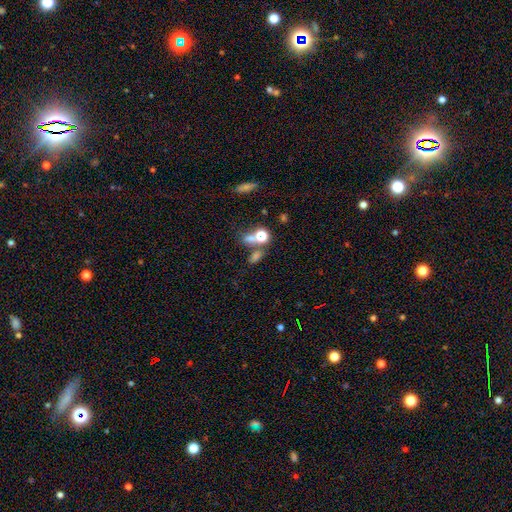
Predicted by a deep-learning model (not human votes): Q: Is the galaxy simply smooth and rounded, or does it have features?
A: smooth — 62%.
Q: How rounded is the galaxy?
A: in between — 56%.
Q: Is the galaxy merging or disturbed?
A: none — 44%.